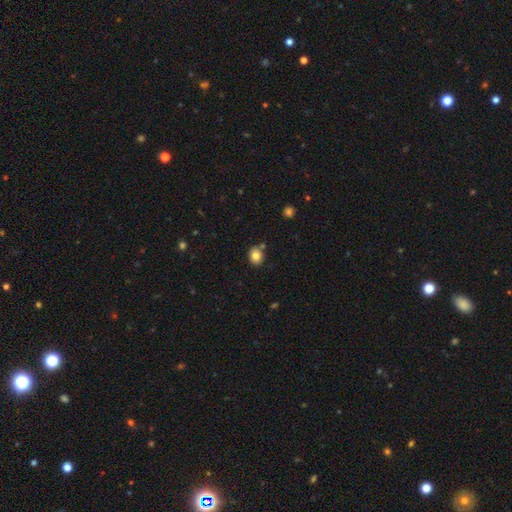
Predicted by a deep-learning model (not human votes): Morphology: type=smooth (81%); roundness=round (52%); merging=none (77%).